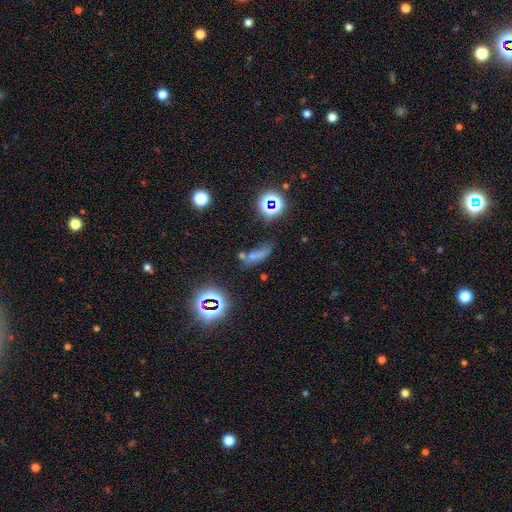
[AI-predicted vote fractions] Smooth or featured? smooth (51%)
How rounded? in between (60%)
Merging? none (41%)